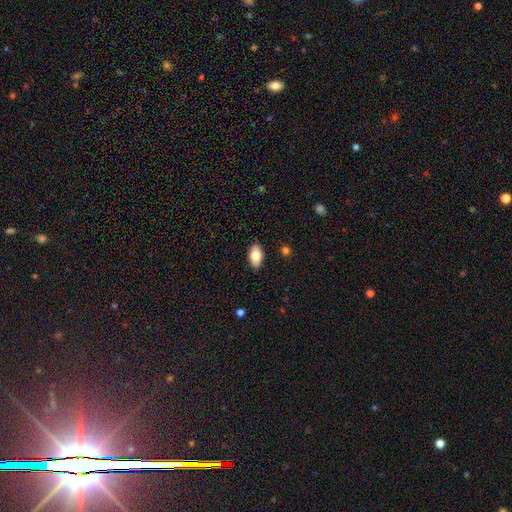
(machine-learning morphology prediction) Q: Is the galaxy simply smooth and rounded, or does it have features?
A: smooth — 80%.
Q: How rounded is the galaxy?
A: in between — 92%.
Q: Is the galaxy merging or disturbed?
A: none — 88%.